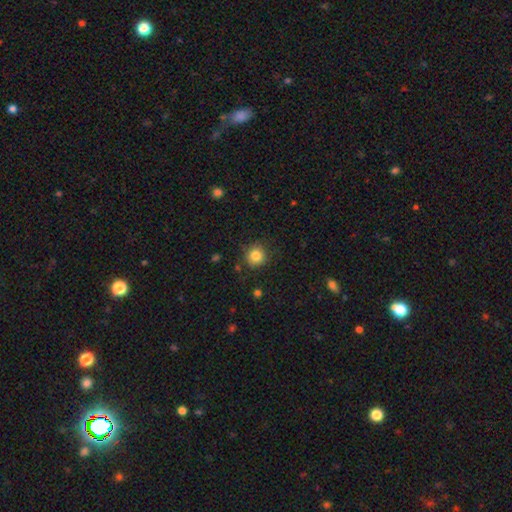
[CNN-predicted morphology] Smooth or featured: smooth — 84% (star or artifact — 11%)
How rounded: round — 91% (in between — 8%)
Merging: none — 85% (minor disturbance — 10%)